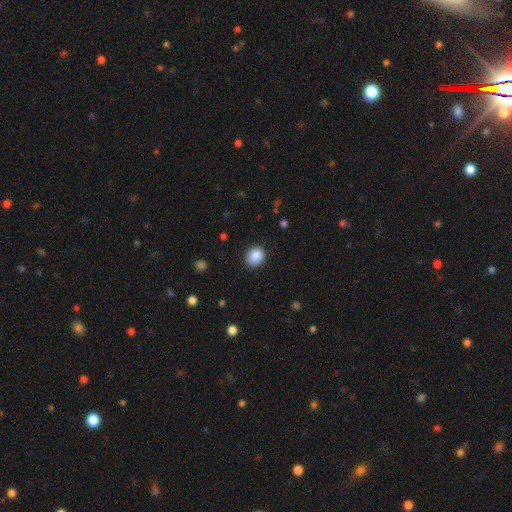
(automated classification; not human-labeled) Smooth or featured? Predicted: smooth (p=0.88). How rounded? Predicted: round (p=0.59). Merging? Predicted: none (p=0.86).